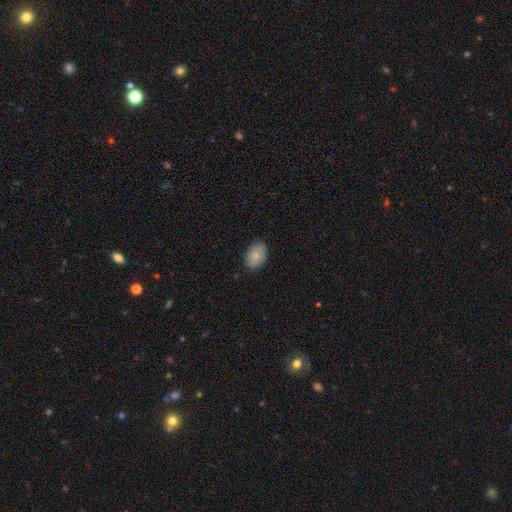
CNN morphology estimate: A smooth galaxy with no disk features (80%) that is in between round and cigar-shaped (84%). Merging: none (84%).